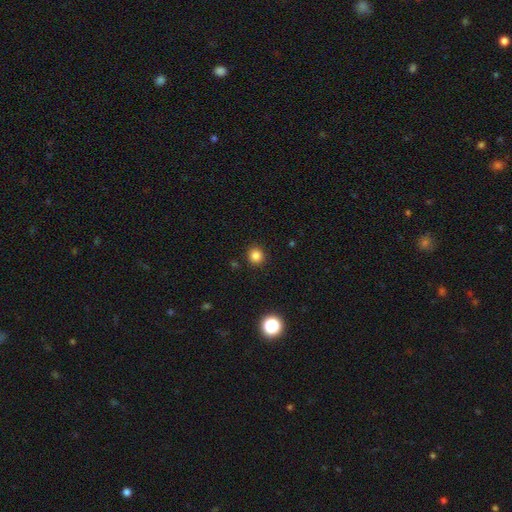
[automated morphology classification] A smooth galaxy with no disk features (83%) that is round (94%). Merging: none (92%).